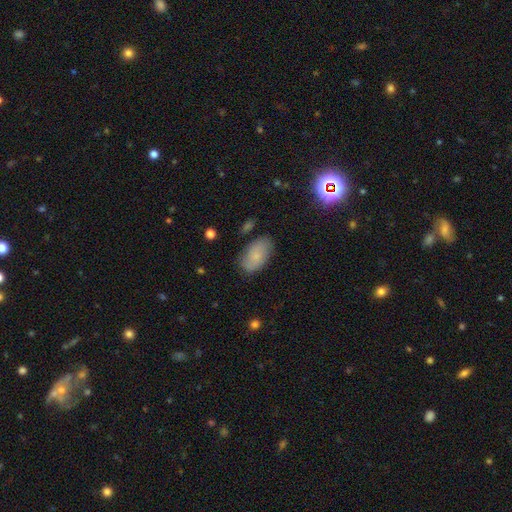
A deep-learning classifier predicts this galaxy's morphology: Smooth or featured? smooth (73%)
How rounded? in between (93%)
Merging? none (76%)